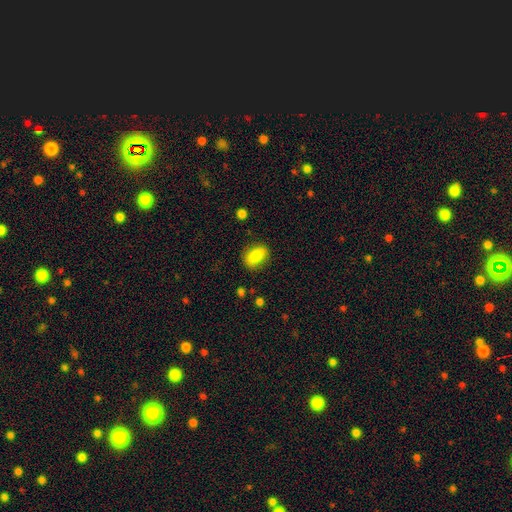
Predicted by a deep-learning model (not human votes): Smooth or featured? smooth (83%)
How rounded? in between (79%)
Merging? none (82%)